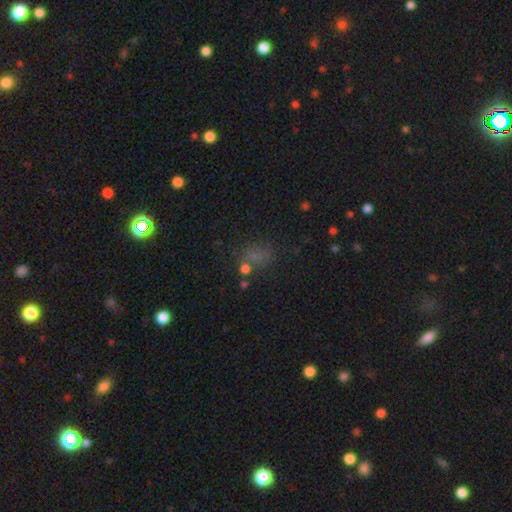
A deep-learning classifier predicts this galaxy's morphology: smooth_or_featured: smooth (p=0.52) [alt: star or artifact p=0.35]
how_rounded: round (p=0.51) [alt: in between p=0.46]
merging: none (p=0.60) [alt: minor disturbance p=0.16]